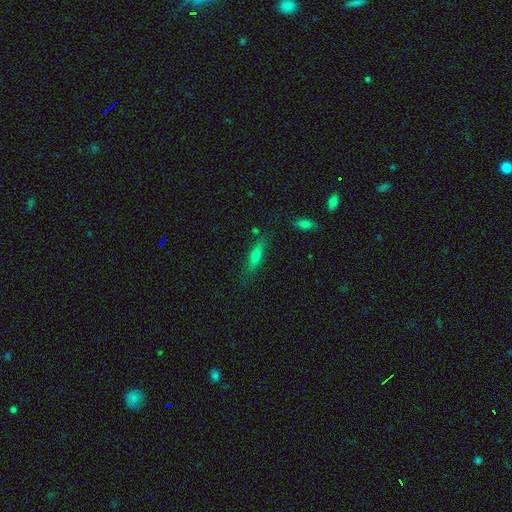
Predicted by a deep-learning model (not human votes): A smooth galaxy with no disk features (59%) that is cigar-shaped (71%).

Vote fractions:
- Smooth or featured? smooth: 59% / featured or disk: 31% / star or artifact: 10%
- How rounded? cigar-shaped: 71% / in between: 27% / round: 3%
- Merging? none: 75% / minor disturbance: 16% / major disturbance: 5% / merger: 4%